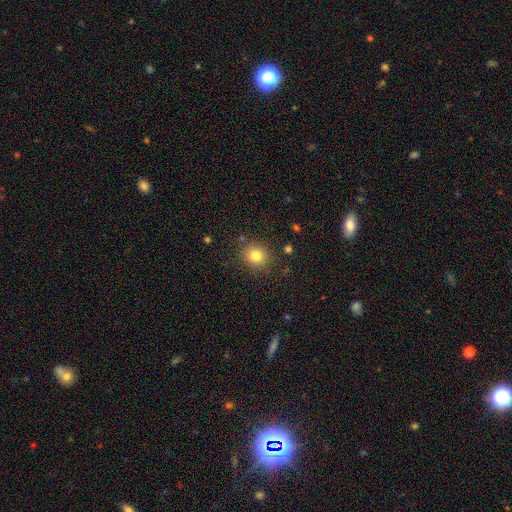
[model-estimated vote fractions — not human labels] A smooth galaxy with no disk features (81%) that is round (73%). Merging: none (84%).